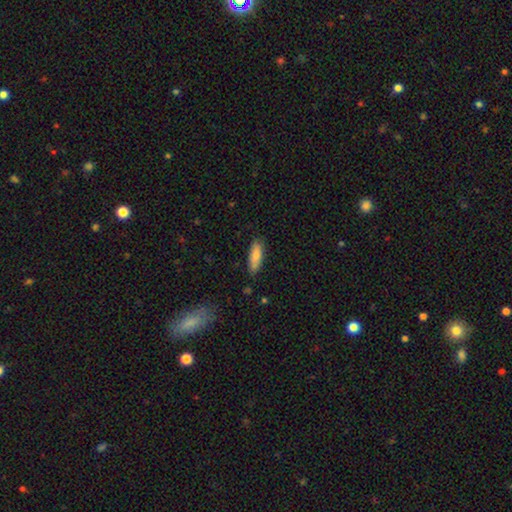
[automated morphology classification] Smooth or featured?
  - smooth: 85% *
  - featured or disk: 9%
  - star or artifact: 6%
How rounded?
  - in between: 52% *
  - cigar-shaped: 46%
  - round: 2%
Merging?
  - none: 84% *
  - minor disturbance: 13%
  - major disturbance: 2%
  - merger: 1%